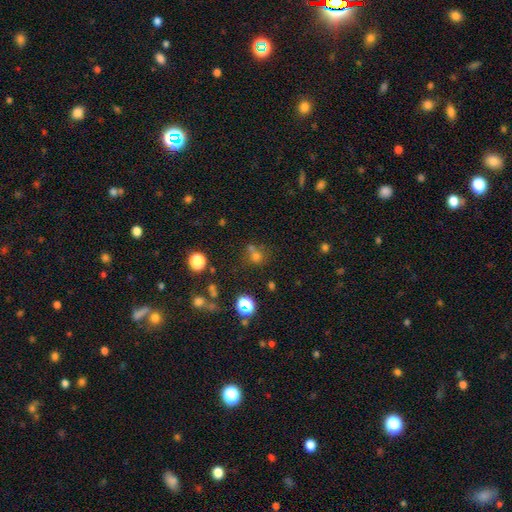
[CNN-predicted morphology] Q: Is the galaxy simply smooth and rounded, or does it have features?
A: smooth — 56%.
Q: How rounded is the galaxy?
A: round — 83%.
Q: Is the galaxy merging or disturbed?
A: none — 54%.